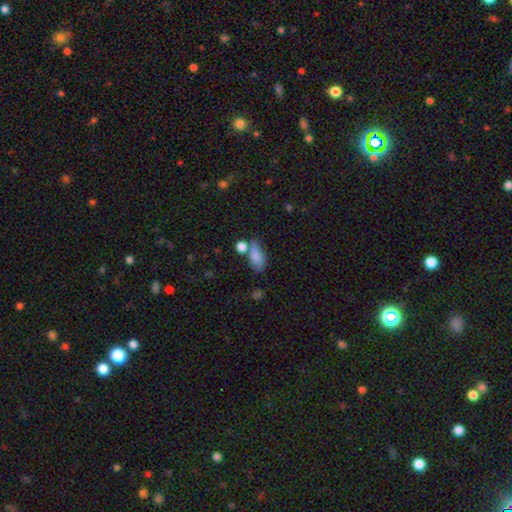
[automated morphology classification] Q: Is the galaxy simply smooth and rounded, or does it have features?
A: smooth — 77%.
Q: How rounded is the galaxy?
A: in between — 82%.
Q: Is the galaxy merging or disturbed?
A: none — 40%.